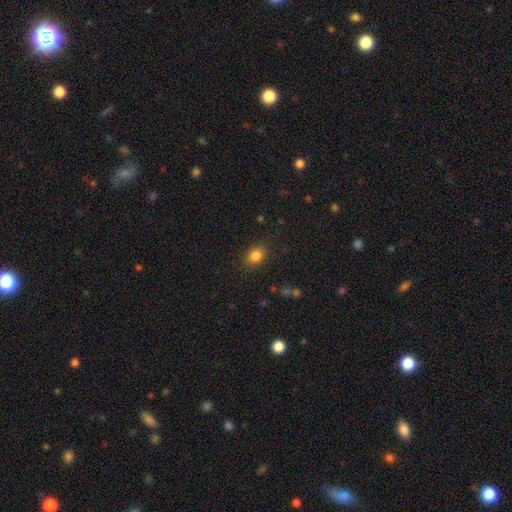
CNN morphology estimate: smooth-or-featured: smooth: 83% | star or artifact: 11% | featured or disk: 6%
  how-rounded: in between: 65% | round: 34% | cigar-shaped: 1%
  merging: none: 84% | minor disturbance: 12% | major disturbance: 4% | merger: 1%